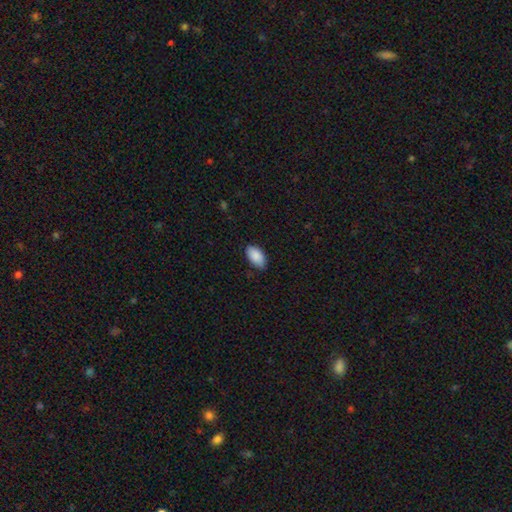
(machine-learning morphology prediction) This appears to be a smooth galaxy with no disk features (89%) that is in between round and cigar-shaped (95%). Merging: none (80%).